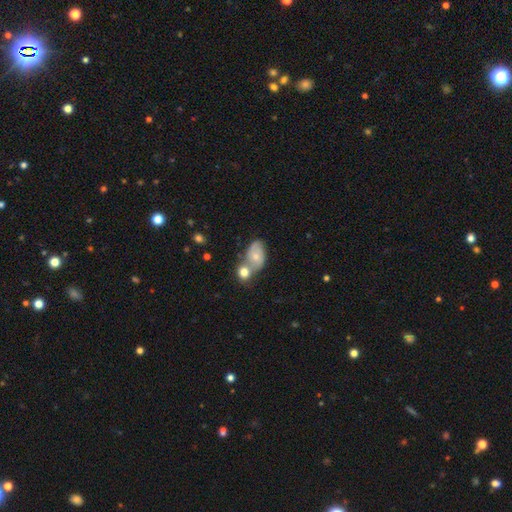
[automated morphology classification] smooth 56%, featured or disk 35%, star or artifact 9%. Down the decision tree: how rounded — in between (81%); merging — merger (48%).